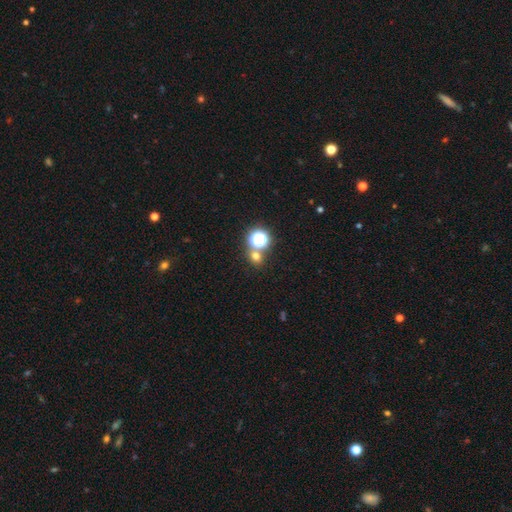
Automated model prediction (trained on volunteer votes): Morphology: type=smooth (63%); roundness=round (82%); merging=none (70%).